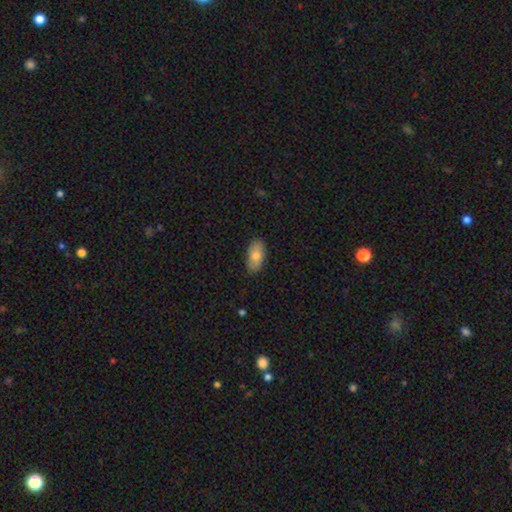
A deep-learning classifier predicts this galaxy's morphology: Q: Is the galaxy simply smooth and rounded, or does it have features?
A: smooth — 79%.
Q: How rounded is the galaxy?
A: in between — 91%.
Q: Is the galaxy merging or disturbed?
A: none — 87%.